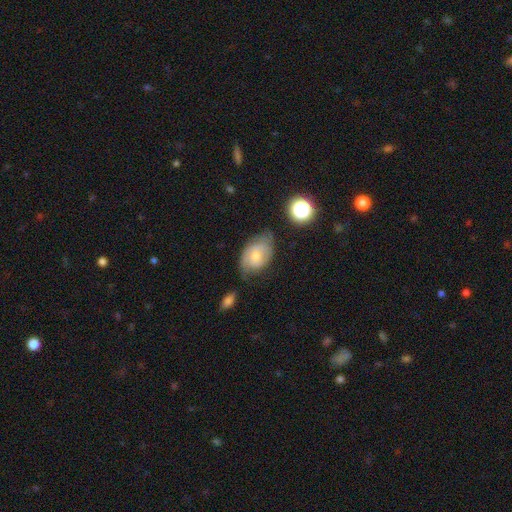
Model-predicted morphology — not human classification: This appears to be a featured or disk galaxy (51%). Merging: none (52%).